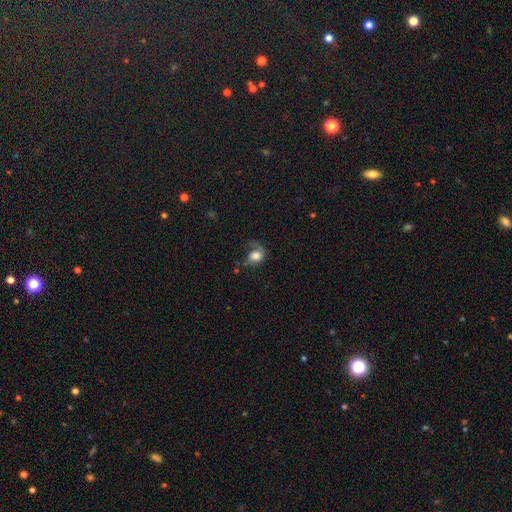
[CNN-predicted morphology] smooth-or-featured: smooth: 63% | featured or disk: 28% | star or artifact: 9%
  how-rounded: round: 54% | in between: 45% | cigar-shaped: 1%
  merging: major disturbance: 36% (tied) | none: 36% (tied) | minor disturbance: 25% | merger: 3%